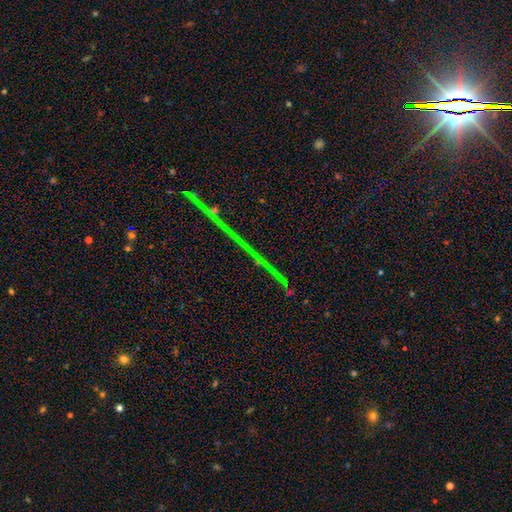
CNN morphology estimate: Q: Smooth or featured?
A: star or artifact (80%); runner-up: featured or disk (13%)